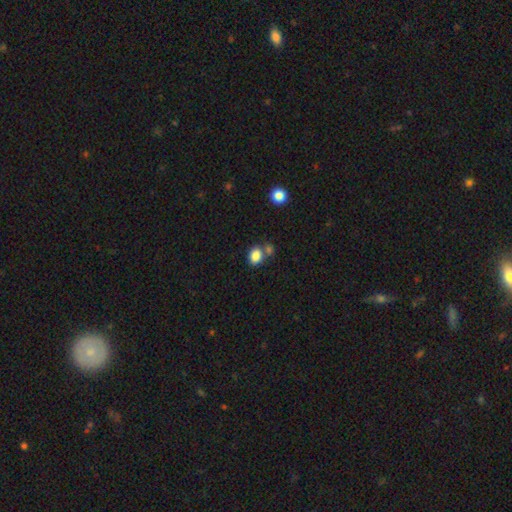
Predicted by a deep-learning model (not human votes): smooth_or_featured: smooth (p=0.85) [alt: star or artifact p=0.10]
how_rounded: in between (p=0.68) [alt: round p=0.31]
merging: none (p=0.55) [alt: merger p=0.28]